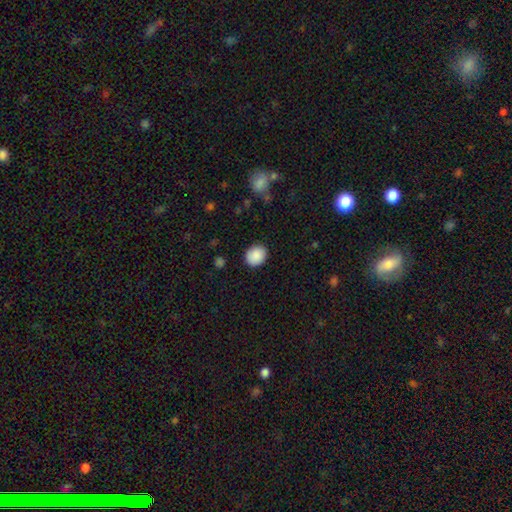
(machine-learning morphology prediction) Smooth or featured? Predicted: smooth (p=0.89). How rounded? Predicted: round (p=0.68). Merging? Predicted: none (p=0.87).